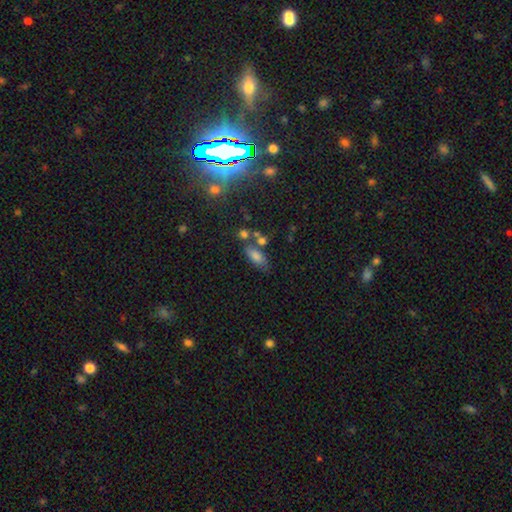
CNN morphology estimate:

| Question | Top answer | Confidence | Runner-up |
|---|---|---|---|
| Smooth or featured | smooth | 72% | featured or disk (14%) |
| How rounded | in between | 81% | cigar-shaped (14%) |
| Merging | none | 58% | minor disturbance (18%) |